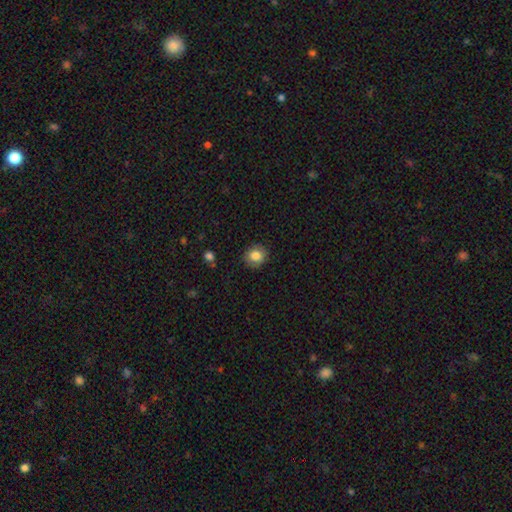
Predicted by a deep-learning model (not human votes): smooth_or_featured: smooth (p=0.83) [alt: star or artifact p=0.09]
how_rounded: round (p=0.80) [alt: in between p=0.20]
merging: none (p=0.88) [alt: minor disturbance p=0.09]